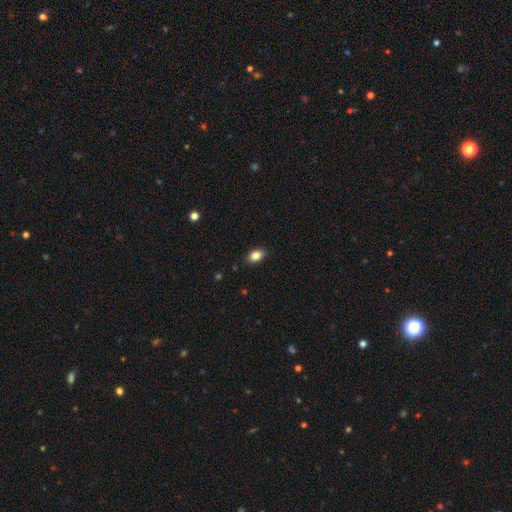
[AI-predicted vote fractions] Smooth or featured: smooth — 85% (star or artifact — 9%)
How rounded: in between — 85% (round — 14%)
Merging: none — 89% (minor disturbance — 8%)